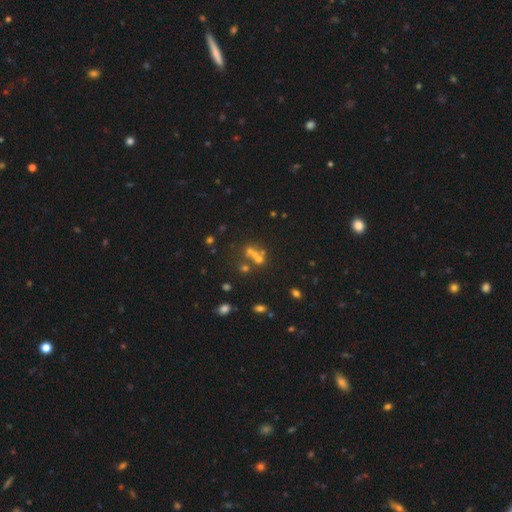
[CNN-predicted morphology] Smooth or featured?
  - smooth: 42% *
  - star or artifact: 32%
  - featured or disk: 27%
Merging?
  - merger: 45% *
  - none: 39%
  - minor disturbance: 9%
  - major disturbance: 7%